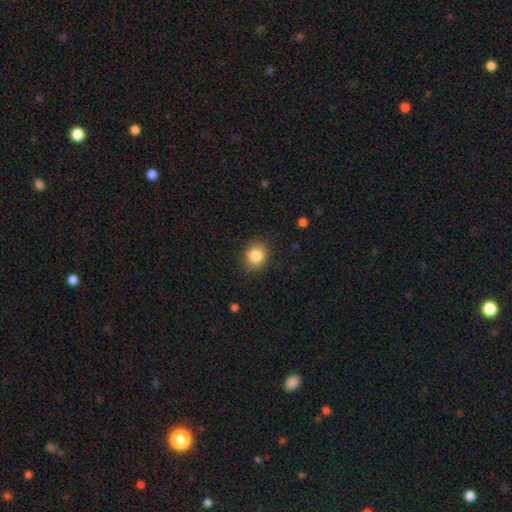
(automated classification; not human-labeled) smooth 83%, star or artifact 10%, featured or disk 7%. Down the decision tree: how rounded — round (68%); merging — none (85%).